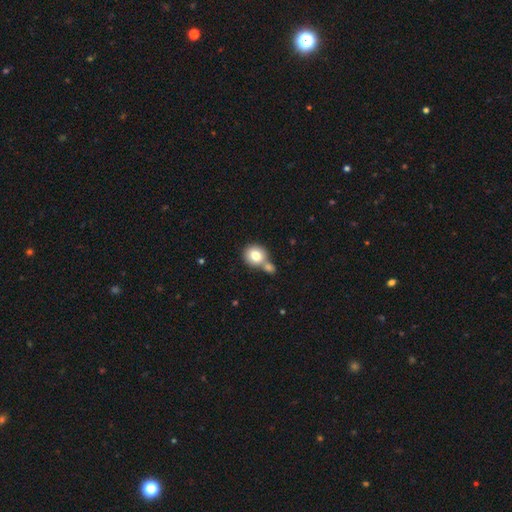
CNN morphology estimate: smooth-or-featured: smooth: 79% | featured or disk: 12% | star or artifact: 9%
  how-rounded: round: 84% | in between: 15% | cigar-shaped: 1%
  merging: none: 47% | merger: 40% | minor disturbance: 10% | major disturbance: 3%